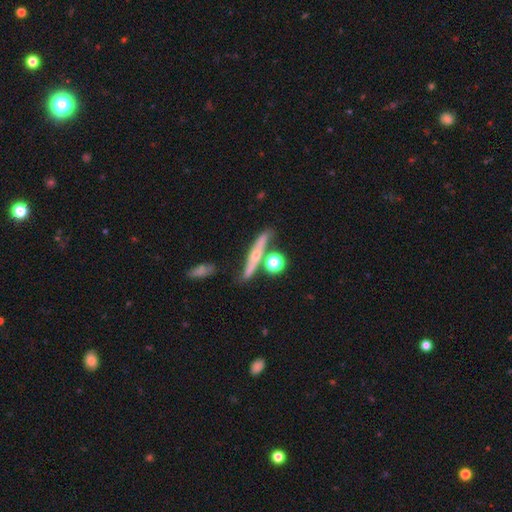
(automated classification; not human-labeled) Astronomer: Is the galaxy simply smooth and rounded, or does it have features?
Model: featured or disk — 63%.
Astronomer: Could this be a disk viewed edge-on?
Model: yes — 88%.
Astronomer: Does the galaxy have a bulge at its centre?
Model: rounded — 89%.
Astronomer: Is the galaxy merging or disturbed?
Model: none — 71%.